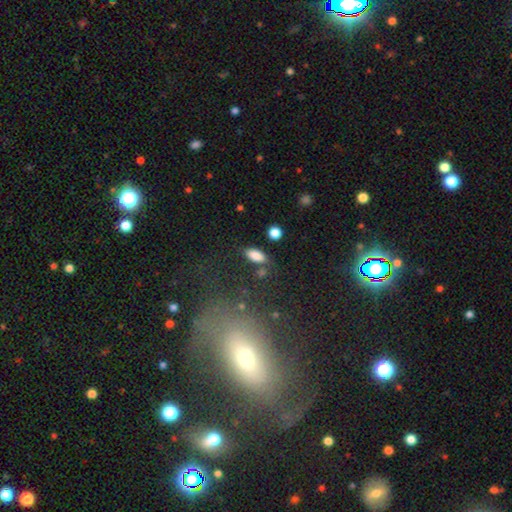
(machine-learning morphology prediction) This is clearly a smooth galaxy (86%). How rounded: clearly in between (88%). Merging: likely none (74%).